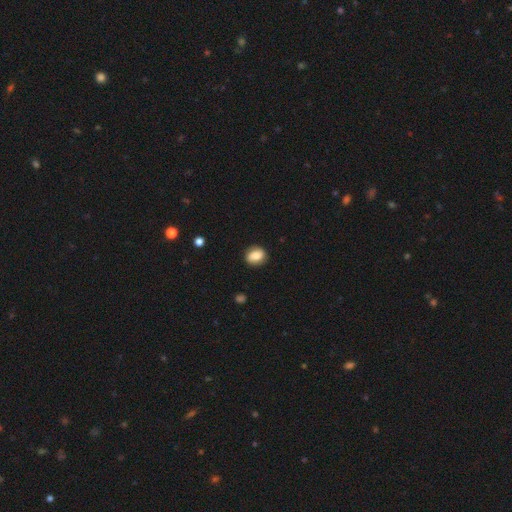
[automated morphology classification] type=smooth (75%); roundness=in between (51%); merging=none (83%).